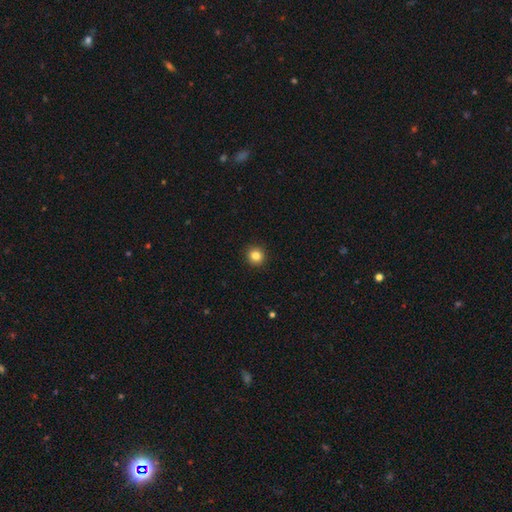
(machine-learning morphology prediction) smooth-or-featured: smooth: 83% | star or artifact: 11% | featured or disk: 5%
  how-rounded: round: 91% | in between: 8% | cigar-shaped: 1%
  merging: none: 93% | minor disturbance: 5% | major disturbance: 2% | merger: 1%